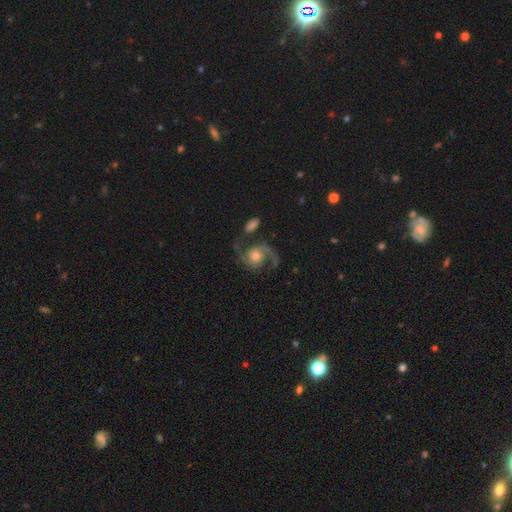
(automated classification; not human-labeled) Smooth or featured? Predicted: featured or disk (p=0.88). Edge-on disk? Predicted: no (p=0.98). Bar? Predicted: no (p=0.71). Spiral arms? Predicted: yes (p=0.97). Spiral winding? Predicted: medium (p=0.53). Spiral arm count? Predicted: 2 (p=0.91). Bulge size? Predicted: moderate (p=0.61). Merging? Predicted: none (p=0.67).